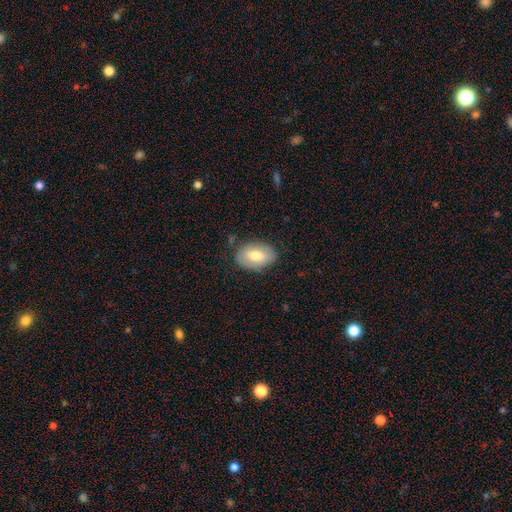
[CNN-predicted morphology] Smooth or featured?
  - smooth: 69% *
  - featured or disk: 25%
  - star or artifact: 6%
How rounded?
  - in between: 89% *
  - round: 9%
  - cigar-shaped: 2%
Merging?
  - none: 80% *
  - minor disturbance: 15%
  - major disturbance: 4%
  - merger: 2%